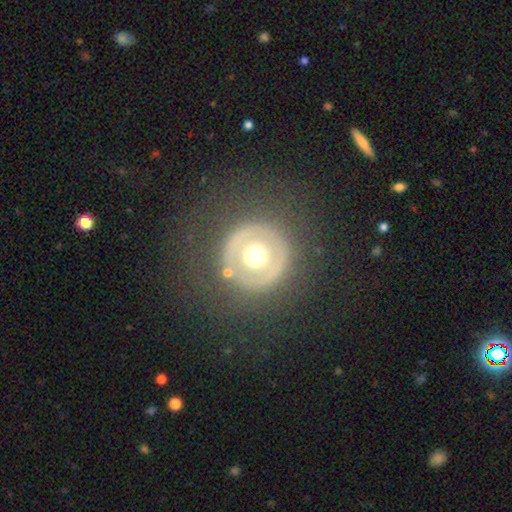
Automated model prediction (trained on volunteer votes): featured or disk 46%, smooth 44%, star or artifact 10%. Down the decision tree: merging — none (76%).